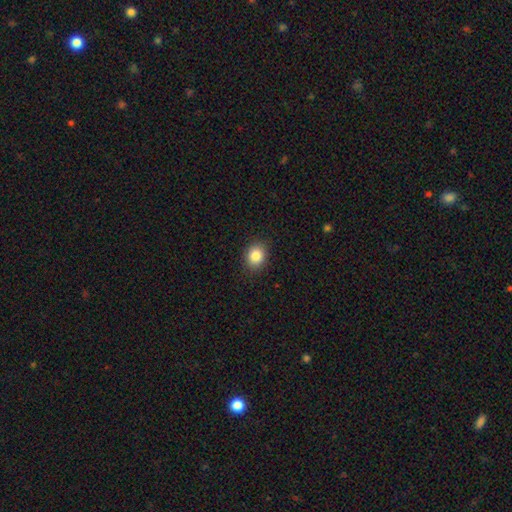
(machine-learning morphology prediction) The model was most divided on "how rounded": round: 60%, in between: 39%, cigar-shaped: 1%. More confident: merging — none (89%); smooth or featured — smooth (84%).